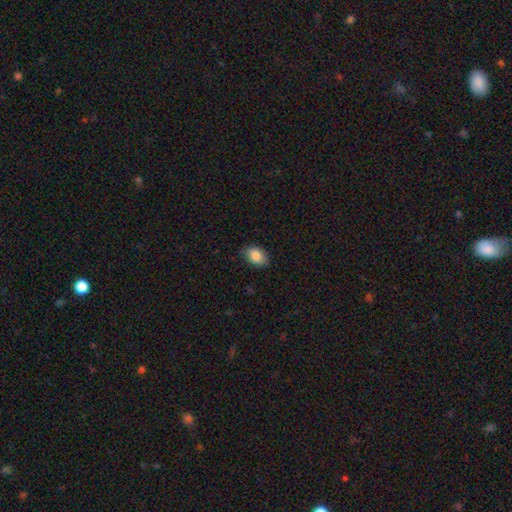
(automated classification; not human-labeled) A smooth galaxy with no disk features (86%) that is in between round and cigar-shaped (83%). Merging: none (82%).